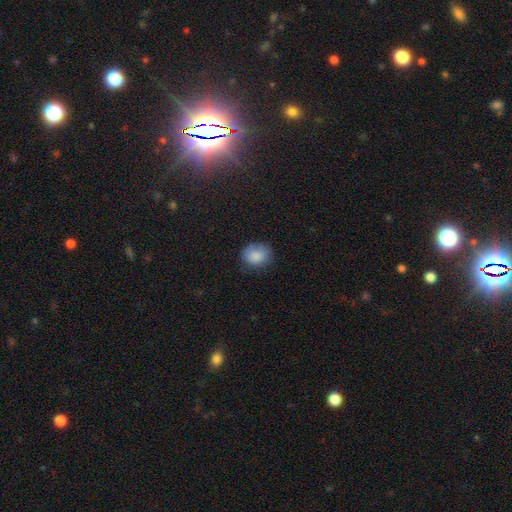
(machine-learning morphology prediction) Smooth or featured? smooth (85%)
How rounded? round (70%)
Merging? none (75%)